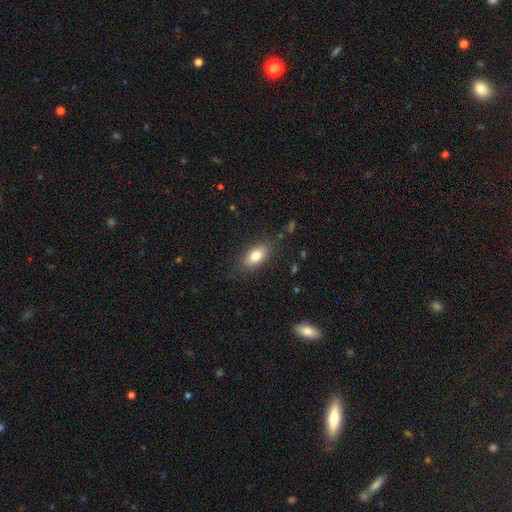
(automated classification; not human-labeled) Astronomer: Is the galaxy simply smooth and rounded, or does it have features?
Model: smooth — 80%.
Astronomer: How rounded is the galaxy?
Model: in between — 87%.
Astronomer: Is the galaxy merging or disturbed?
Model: none — 82%.